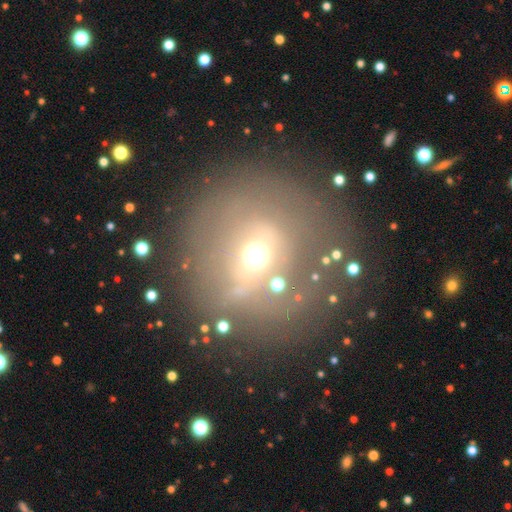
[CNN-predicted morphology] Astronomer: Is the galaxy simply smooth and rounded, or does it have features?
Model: smooth — 45% (runner-up: featured or disk, 33%).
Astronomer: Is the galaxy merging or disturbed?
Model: none — 61%.